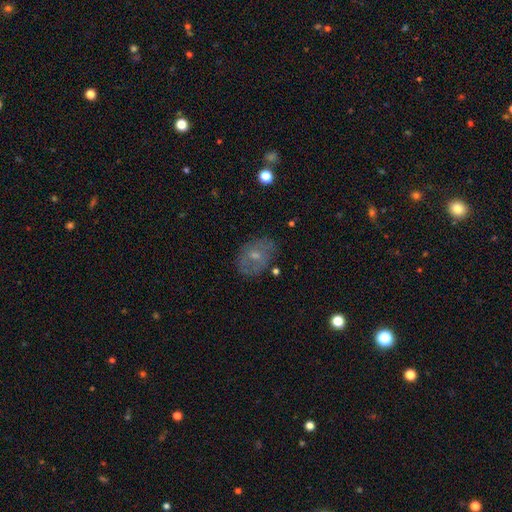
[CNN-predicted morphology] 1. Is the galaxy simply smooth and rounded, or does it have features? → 49% smooth, 40% featured or disk, 11% star or artifact.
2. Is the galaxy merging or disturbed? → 68% none, 21% minor disturbance, 8% major disturbance, 2% merger.